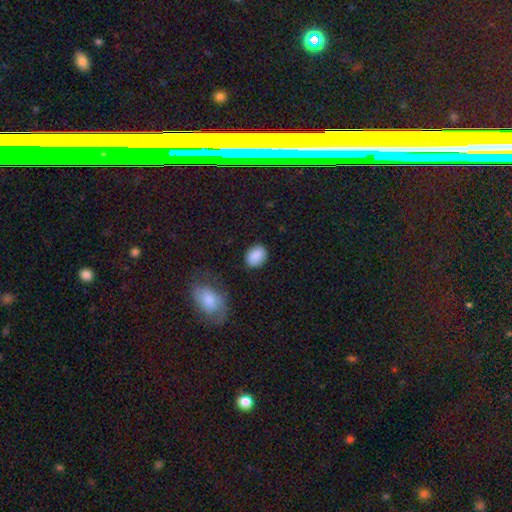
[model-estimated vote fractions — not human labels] Q: Smooth or featured?
A: smooth (87%); runner-up: star or artifact (8%)
Q: How rounded?
A: in between (59%); runner-up: round (40%)
Q: Merging?
A: none (83%); runner-up: minor disturbance (12%)